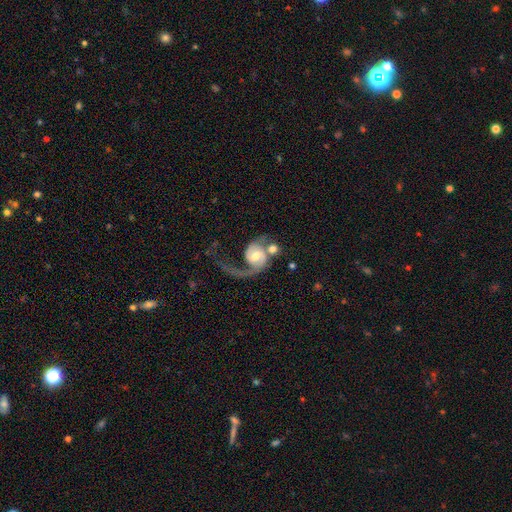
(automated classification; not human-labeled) Smooth or featured?
  - featured or disk: 80% *
  - smooth: 14%
  - star or artifact: 6%
Edge-on disk?
  - no: 97% *
  - yes: 3%
Bar?
  - no: 55% *
  - weak: 36%
  - strong: 9%
Spiral arms?
  - yes: 94% *
  - no: 6%
Spiral winding?
  - loose: 62% *
  - medium: 30%
  - tight: 8%
Spiral arm count?
  - 2: 51% *
  - 1: 43%
  - can't tell: 3%
  - 3: 1%
  - 4: 1%
  - more than 4: 1%
Bulge size?
  - moderate: 57% *
  - small: 28%
  - large: 10%
  - none: 3%
  - dominant: 2%
Merging?
  - merger: 31% *
  - major disturbance: 30%
  - none: 28%
  - minor disturbance: 11%